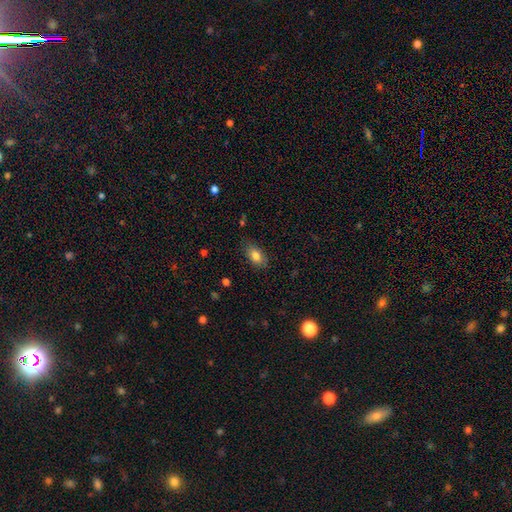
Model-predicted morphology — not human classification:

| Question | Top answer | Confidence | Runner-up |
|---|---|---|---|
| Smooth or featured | smooth | 82% | featured or disk (9%) |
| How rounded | in between | 88% | round (9%) |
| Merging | none | 81% | minor disturbance (15%) |